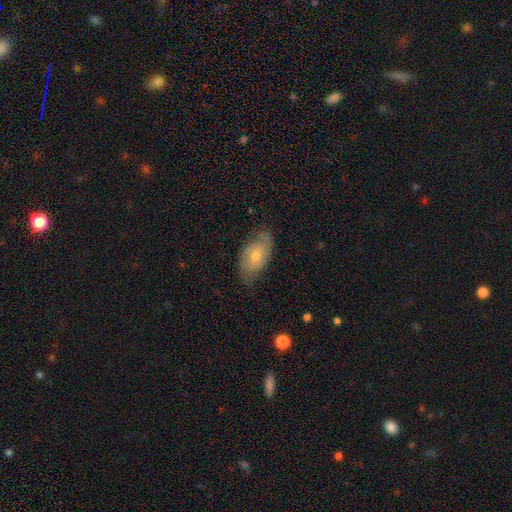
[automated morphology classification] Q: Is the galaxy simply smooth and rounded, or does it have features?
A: featured or disk — 65%.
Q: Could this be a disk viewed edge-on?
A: no — 93%.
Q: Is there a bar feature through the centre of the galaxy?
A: no — 72%.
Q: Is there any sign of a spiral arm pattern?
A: yes — 83%.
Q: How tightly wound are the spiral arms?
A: tight — 42%.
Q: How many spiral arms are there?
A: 2 — 70%.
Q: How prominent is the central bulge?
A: moderate — 52%.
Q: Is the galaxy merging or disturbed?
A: none — 70%.